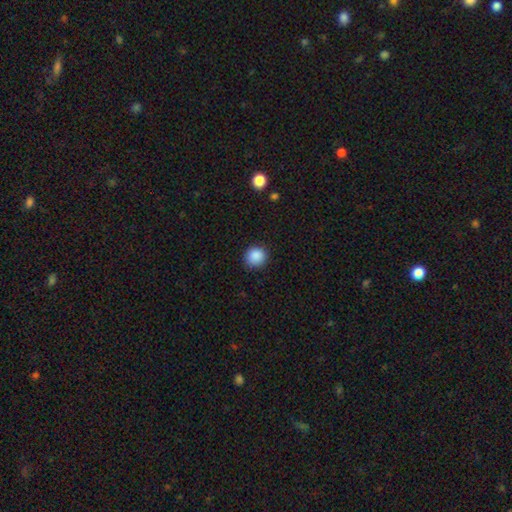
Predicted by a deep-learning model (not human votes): Q: Smooth or featured?
A: smooth (88%); runner-up: star or artifact (9%)
Q: How rounded?
A: round (88%); runner-up: in between (11%)
Q: Merging?
A: none (89%); runner-up: minor disturbance (8%)